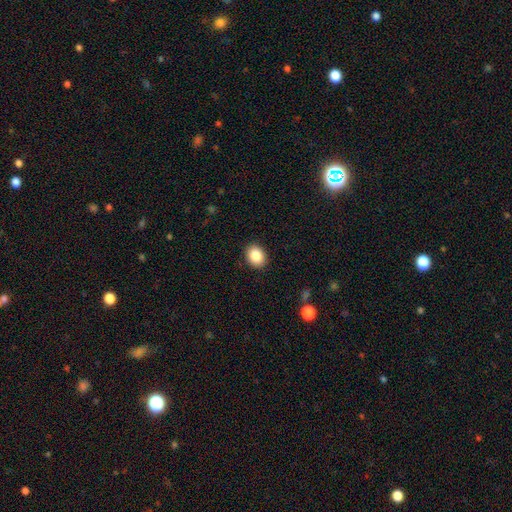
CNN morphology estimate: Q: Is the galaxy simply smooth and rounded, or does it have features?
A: smooth — 86%.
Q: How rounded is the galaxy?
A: in between — 58%.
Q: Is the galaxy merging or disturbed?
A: none — 90%.